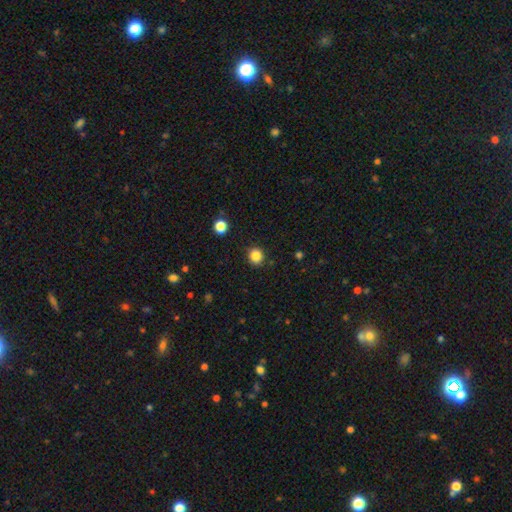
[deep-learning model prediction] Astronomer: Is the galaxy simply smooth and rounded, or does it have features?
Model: smooth — 85%.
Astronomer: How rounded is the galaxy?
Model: round — 80%.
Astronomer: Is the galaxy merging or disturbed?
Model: none — 88%.